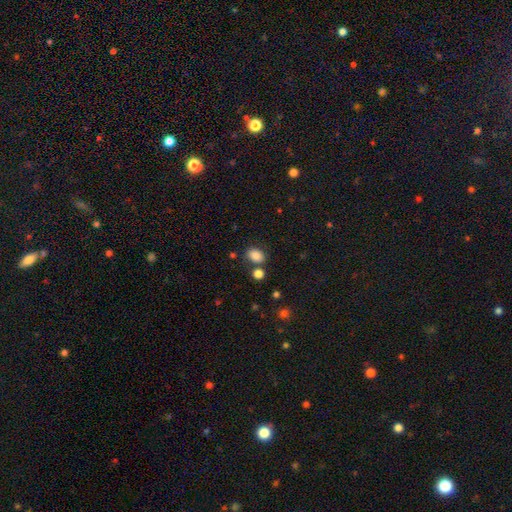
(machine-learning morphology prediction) This appears to be a smooth galaxy with no disk features (86%) that is in between round and cigar-shaped (75%). Merging: none (73%).